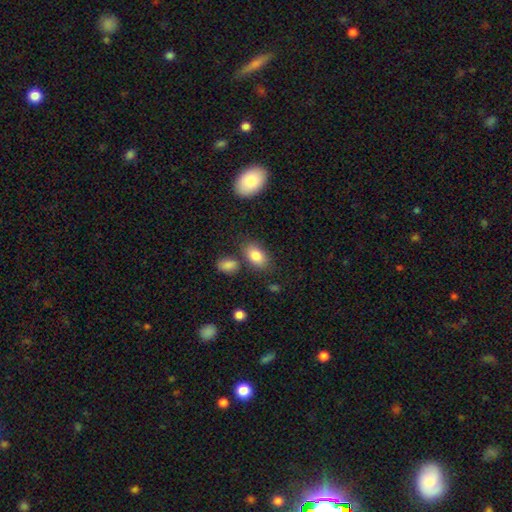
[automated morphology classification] smooth_or_featured: smooth (p=0.83) [alt: featured or disk p=0.09]
how_rounded: in between (p=0.87) [alt: round p=0.11]
merging: none (p=0.73) [alt: minor disturbance p=0.14]